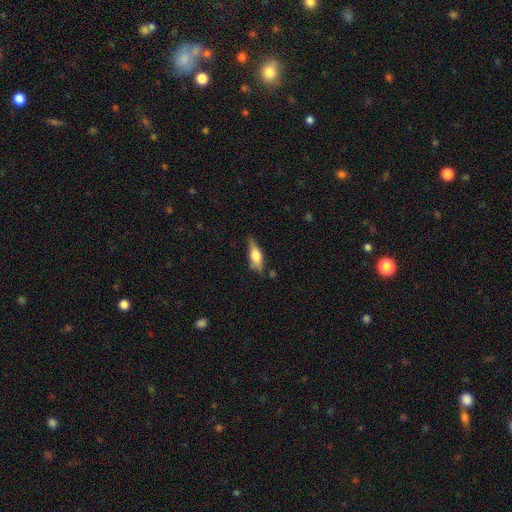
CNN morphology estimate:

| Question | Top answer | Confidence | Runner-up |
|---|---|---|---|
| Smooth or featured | smooth | 62% | featured or disk (31%) |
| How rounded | in between | 66% | cigar-shaped (30%) |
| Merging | none | 58% | minor disturbance (30%) |